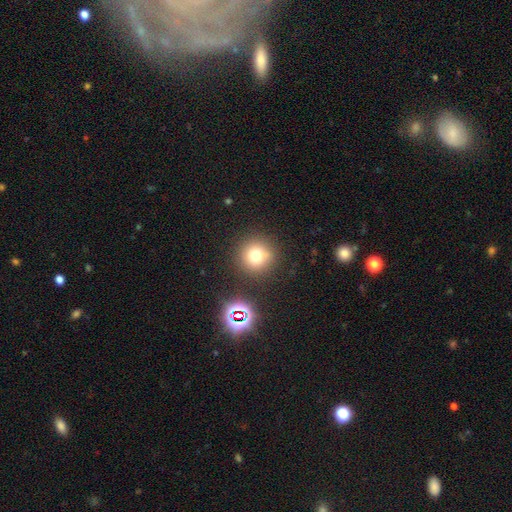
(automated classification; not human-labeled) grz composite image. It shows a smooth galaxy with no disk features (71%) that is round (93%). Merging: none (85%).